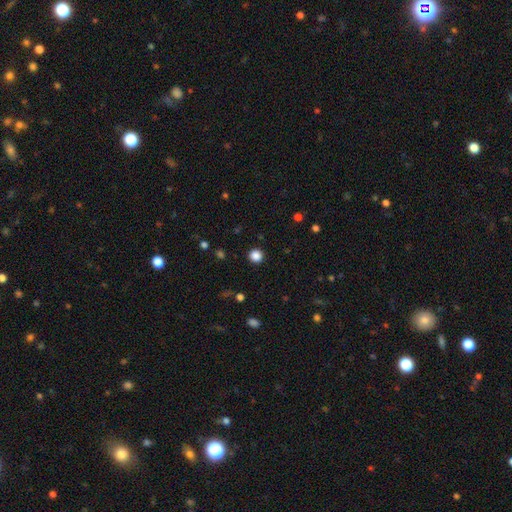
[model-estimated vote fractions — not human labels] Smooth or featured? smooth (85%)
How rounded? round (93%)
Merging? none (92%)